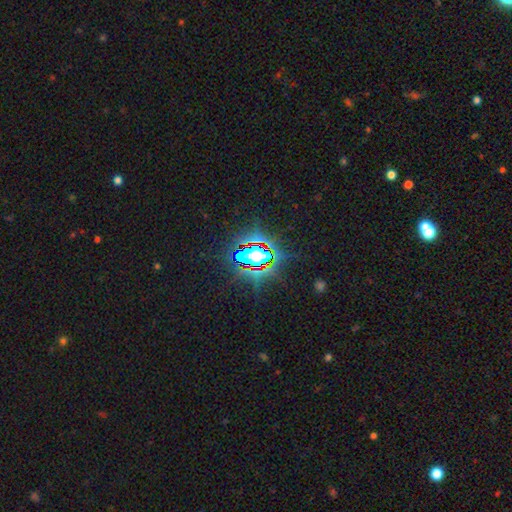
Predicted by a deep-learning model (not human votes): Smooth or featured?
  - star or artifact: 73% *
  - smooth: 16%
  - featured or disk: 12%